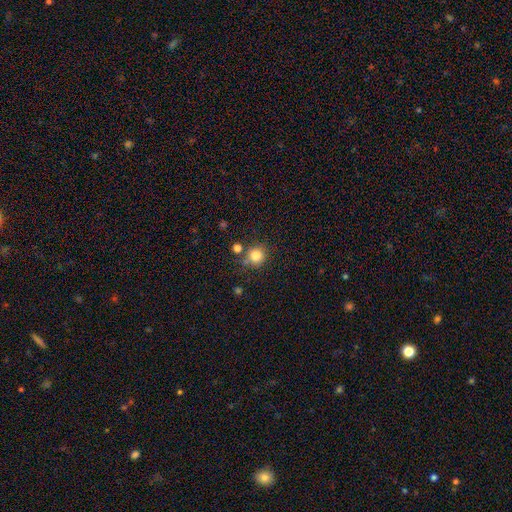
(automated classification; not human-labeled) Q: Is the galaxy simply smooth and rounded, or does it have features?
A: smooth — 82%.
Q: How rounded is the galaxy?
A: round — 91%.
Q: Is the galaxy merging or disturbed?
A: none — 73%.